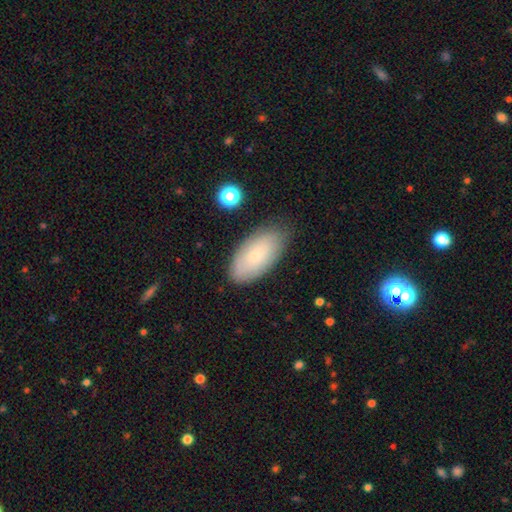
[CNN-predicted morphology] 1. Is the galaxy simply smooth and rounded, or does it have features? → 71% smooth, 22% featured or disk, 7% star or artifact.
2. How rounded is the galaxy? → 94% in between, 4% cigar-shaped, 3% round.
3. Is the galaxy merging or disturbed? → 77% none, 18% minor disturbance, 4% major disturbance, 2% merger.